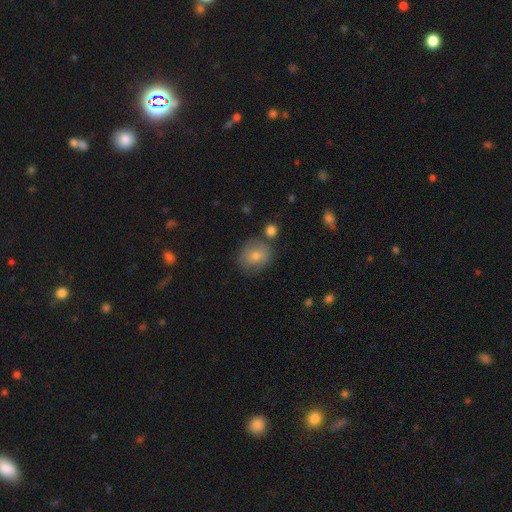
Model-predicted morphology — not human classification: This is likely a smooth galaxy (70%). How rounded: likely round (74%). Merging: likely none (74%).